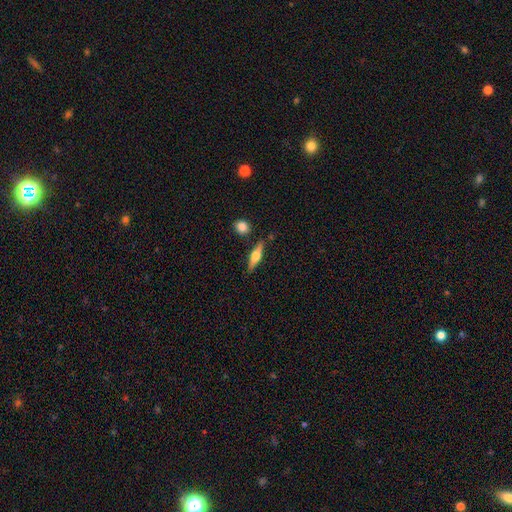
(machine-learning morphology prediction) Q: Smooth or featured?
A: featured or disk (54%); runner-up: smooth (39%)
Q: Edge-on disk?
A: yes (95%); runner-up: no (5%)
Q: Edge-on bulge?
A: rounded (92%); runner-up: boxy (5%)
Q: Merging?
A: none (82%); runner-up: minor disturbance (10%)